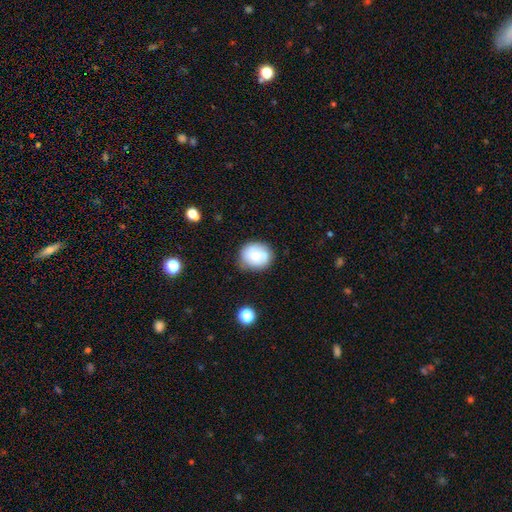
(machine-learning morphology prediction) smooth_or_featured: smooth (p=0.58) [alt: featured or disk p=0.34]
how_rounded: round (p=0.72) [alt: in between p=0.27]
merging: none (p=0.70) [alt: minor disturbance p=0.21]